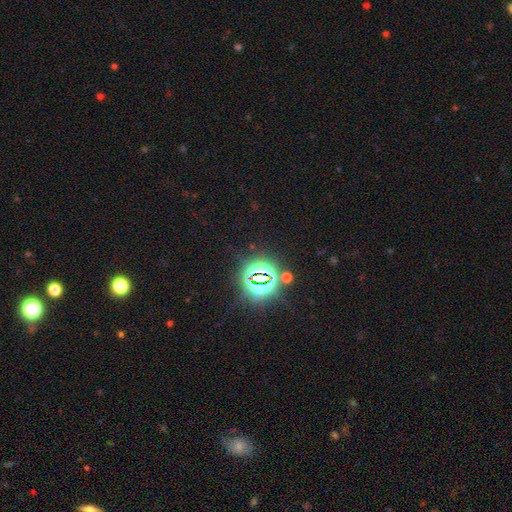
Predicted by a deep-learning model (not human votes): Morphology: type=star or artifact (81%).